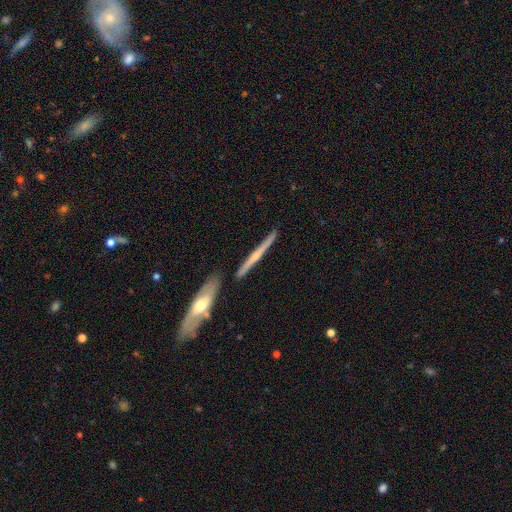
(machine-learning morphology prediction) smooth-or-featured: featured or disk: 65% | smooth: 30% | star or artifact: 5%
  disk-edge-on: yes: 97% | no: 3%
    edge-on-bulge: rounded: 67% | none: 28% | boxy: 6%
  merging: none: 83% | minor disturbance: 9% | merger: 6% | major disturbance: 2%